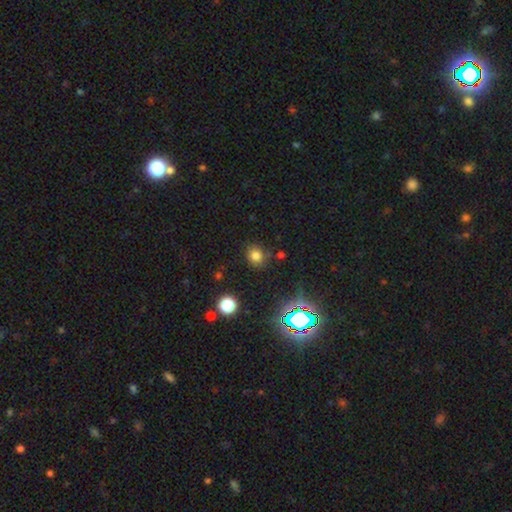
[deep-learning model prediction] This is likely a smooth galaxy (73%). How rounded: likely round (74%). Merging: likely none (80%).